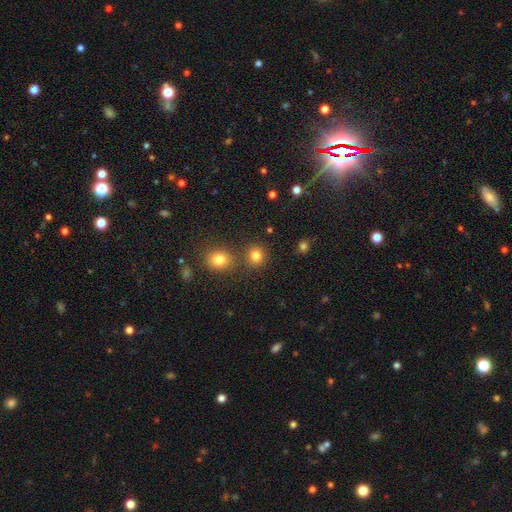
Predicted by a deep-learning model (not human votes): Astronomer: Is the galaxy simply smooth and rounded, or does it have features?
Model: smooth — 80%.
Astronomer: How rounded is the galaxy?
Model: round — 87%.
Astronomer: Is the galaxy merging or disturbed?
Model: none — 80%.